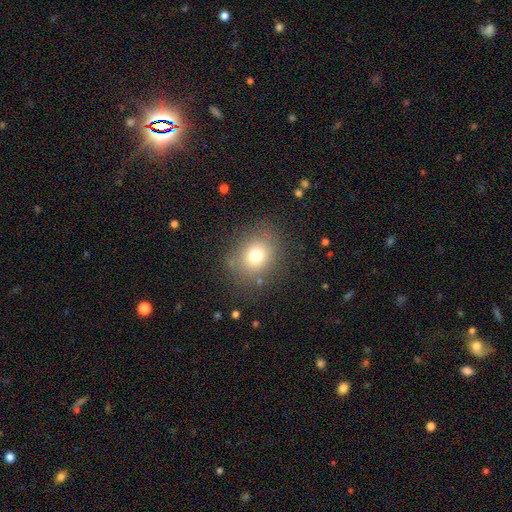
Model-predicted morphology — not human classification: A smooth galaxy with no disk features (73%) that is round (68%).

Vote fractions:
- Smooth or featured? smooth: 73% / star or artifact: 14% / featured or disk: 13%
- How rounded? round: 68% / in between: 31% / cigar-shaped: 1%
- Merging? none: 81% / minor disturbance: 12% / major disturbance: 6% / merger: 2%